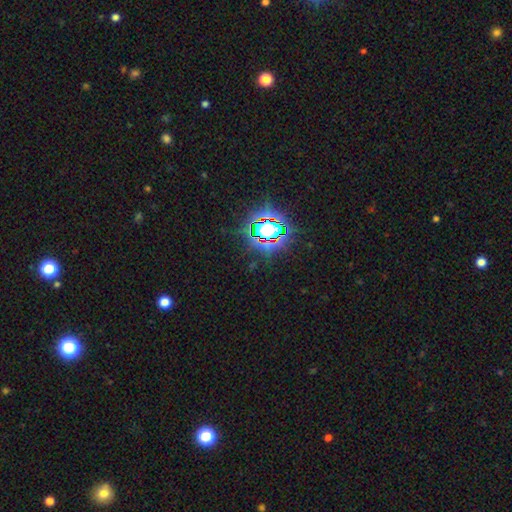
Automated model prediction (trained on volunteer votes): A star or artifact, not a galaxy (80%).

Vote fractions:
- Smooth or featured? star or artifact: 80% / smooth: 12% / featured or disk: 8%